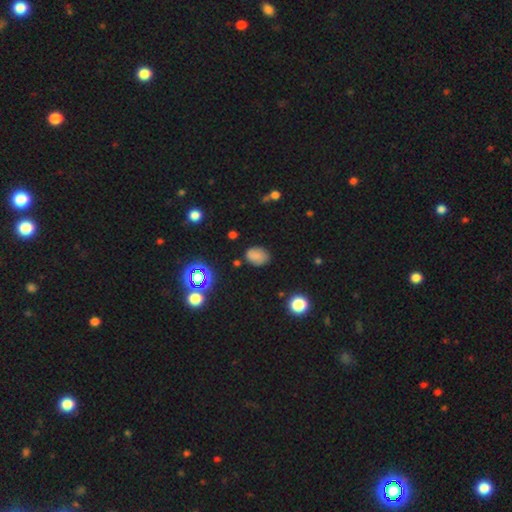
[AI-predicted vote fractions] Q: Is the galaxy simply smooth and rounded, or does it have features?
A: smooth — 74%.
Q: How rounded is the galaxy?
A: in between — 73%.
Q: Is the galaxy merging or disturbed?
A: none — 75%.